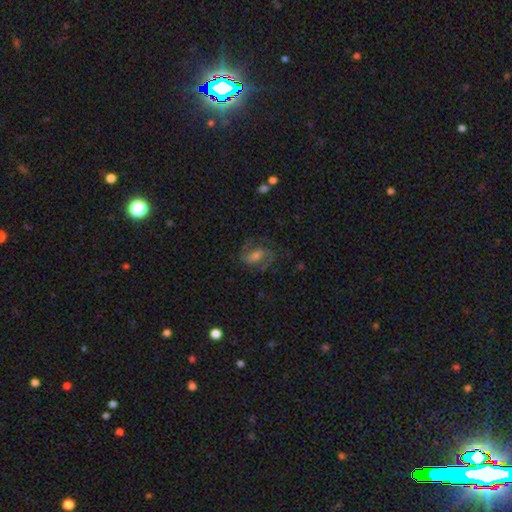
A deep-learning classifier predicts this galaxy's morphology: Smooth or featured: featured or disk — 68% (smooth — 20%)
Edge-on disk: no — 96% (yes — 4%)
Bar: weak — 46% (no — 29%)
Spiral arms: yes — 91% (no — 9%)
Spiral winding: medium — 53% (tight — 26%)
Spiral arm count: 2 — 78% (can't tell — 11%)
Bulge size: moderate — 44% (small — 36%)
Merging: none — 72% (minor disturbance — 16%)